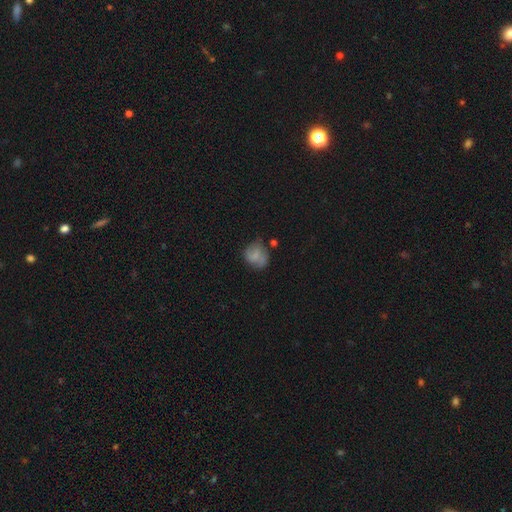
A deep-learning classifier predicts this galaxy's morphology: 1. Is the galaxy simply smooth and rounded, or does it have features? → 50% smooth, 40% featured or disk, 10% star or artifact.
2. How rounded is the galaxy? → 69% round, 29% in between, 1% cigar-shaped.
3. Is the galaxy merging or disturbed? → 55% none, 27% minor disturbance, 13% major disturbance, 5% merger.